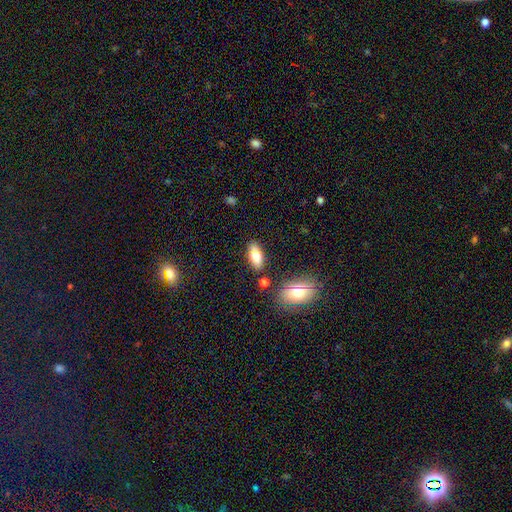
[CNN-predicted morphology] smooth-or-featured: smooth: 73% | featured or disk: 19% | star or artifact: 8%
  how-rounded: in between: 82% | cigar-shaped: 14% | round: 4%
  merging: none: 79% | minor disturbance: 12% | merger: 6% | major disturbance: 3%